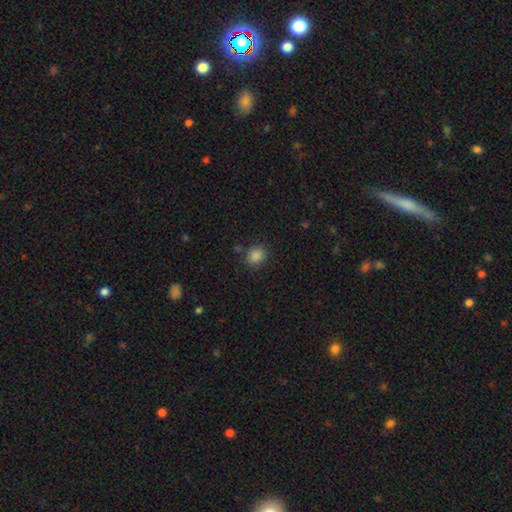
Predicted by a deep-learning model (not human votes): smooth-or-featured: smooth: 85% | star or artifact: 11% | featured or disk: 4%
  how-rounded: round: 65% | in between: 34% | cigar-shaped: 1%
  merging: none: 82% | minor disturbance: 11% | major disturbance: 4% | merger: 3%